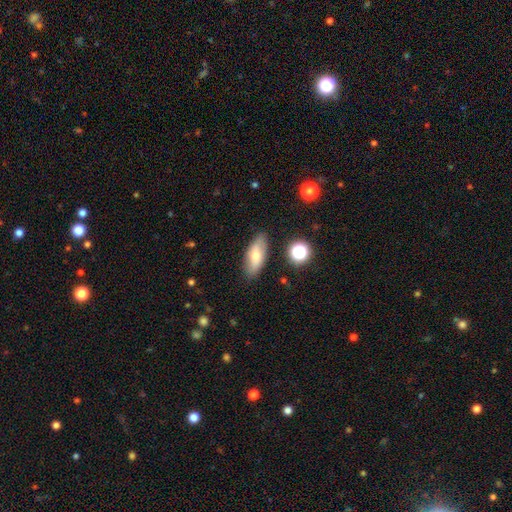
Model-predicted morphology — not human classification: A smooth galaxy with no disk features (64%) that is in between round and cigar-shaped (75%).

Vote fractions:
- Smooth or featured? smooth: 64% / featured or disk: 28% / star or artifact: 8%
- How rounded? in between: 75% / cigar-shaped: 21% / round: 4%
- Merging? none: 82% / minor disturbance: 13% / major disturbance: 3% / merger: 2%